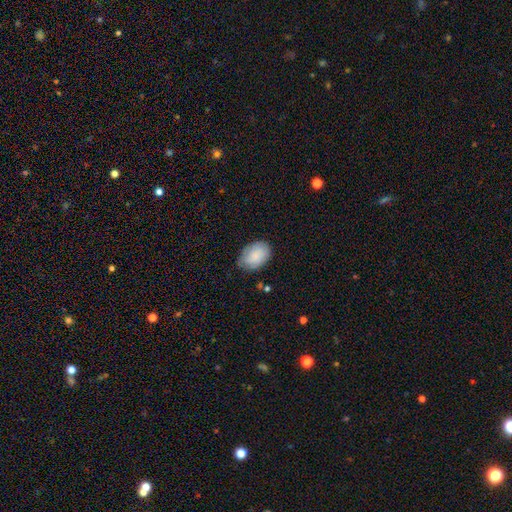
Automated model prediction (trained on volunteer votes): smooth 83%, featured or disk 11%, star or artifact 6%. Down the decision tree: how rounded — in between (84%); merging — none (69%).